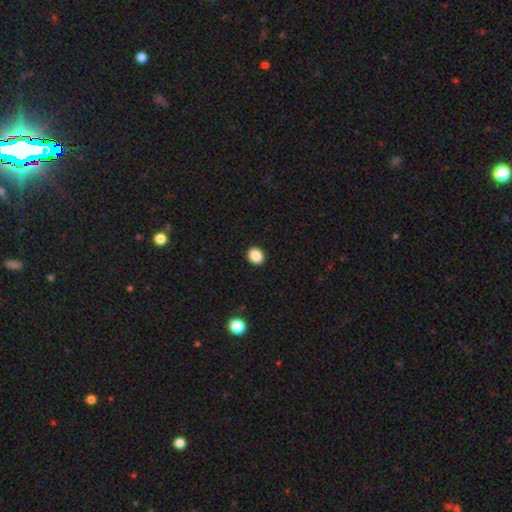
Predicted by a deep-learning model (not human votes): Smooth or featured? Predicted: smooth (p=0.88). How rounded? Predicted: round (p=0.53). Merging? Predicted: none (p=0.92).